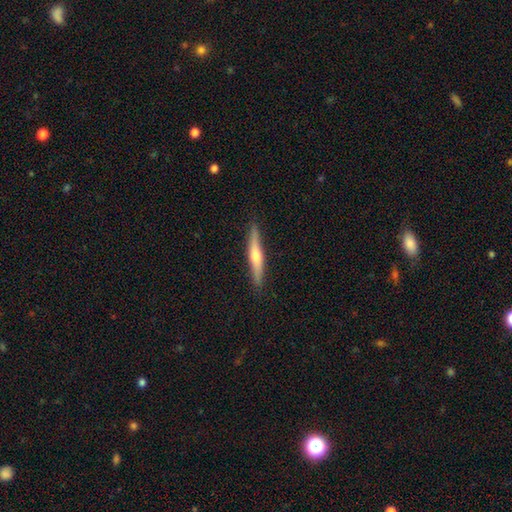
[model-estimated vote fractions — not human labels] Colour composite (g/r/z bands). It shows a featured or disk galaxy (55%) viewed edge-on (96%) with a rounded central bulge (83%). Merging: none (89%).